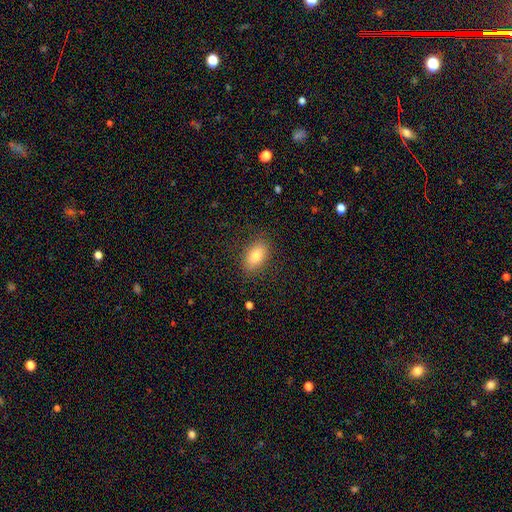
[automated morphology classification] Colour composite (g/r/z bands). It shows a smooth galaxy with no disk features (81%) that is in between round and cigar-shaped (89%). Merging: none (85%).